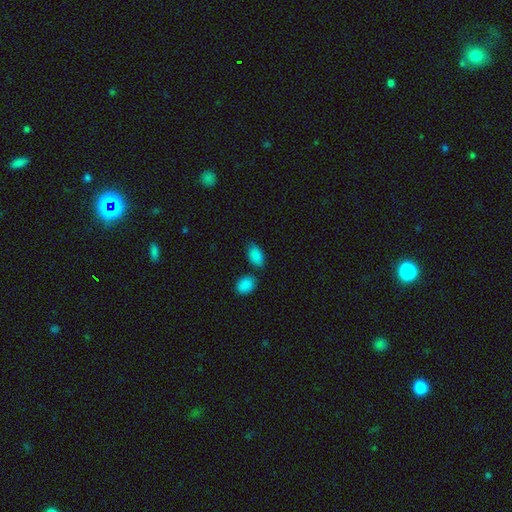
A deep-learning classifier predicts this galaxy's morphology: Smooth or featured? smooth (88%)
How rounded? in between (92%)
Merging? none (68%)